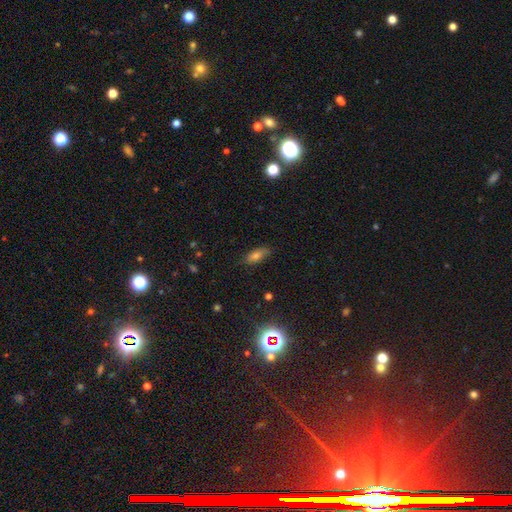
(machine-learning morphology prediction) The model was most divided on "smooth or featured": smooth: 68%, star or artifact: 17%, featured or disk: 16%. More confident: merging — none (80%); how rounded — in between (73%).